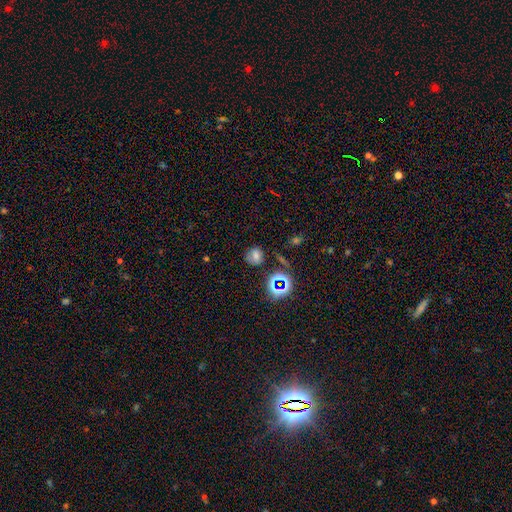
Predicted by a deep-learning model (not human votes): A smooth galaxy with no disk features (53%) that is round (78%). Merging: none (75%).